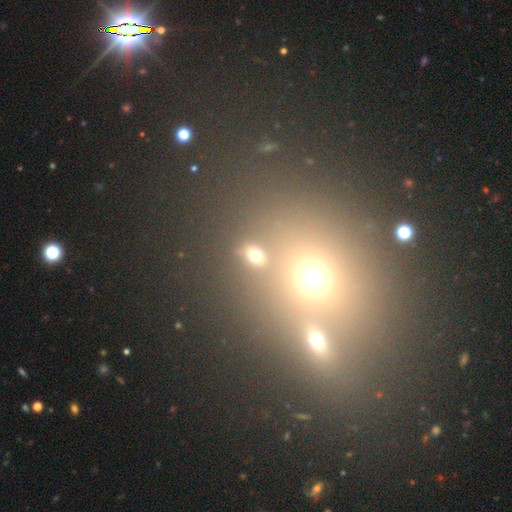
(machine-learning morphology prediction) A smooth galaxy with no disk features (64%) that is in between round and cigar-shaped (52%). Merging: none (73%).